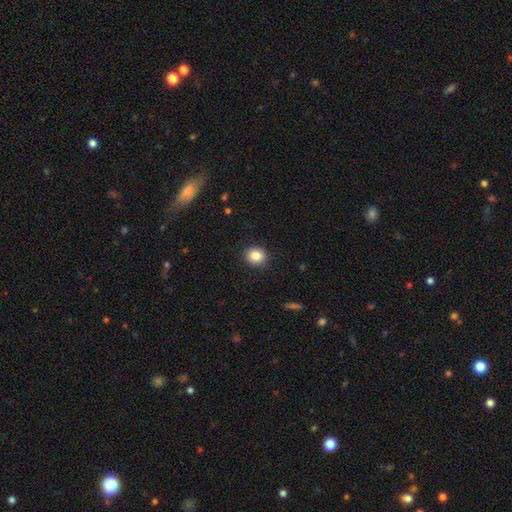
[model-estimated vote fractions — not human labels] smooth_or_featured: smooth (p=0.84) [alt: star or artifact p=0.10]
how_rounded: round (p=0.85) [alt: in between p=0.14]
merging: none (p=0.91) [alt: minor disturbance p=0.06]